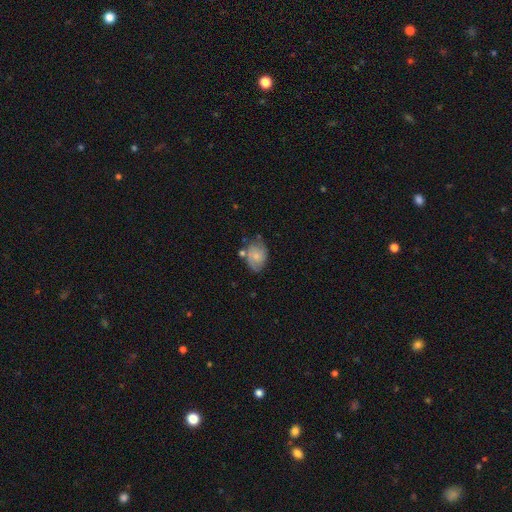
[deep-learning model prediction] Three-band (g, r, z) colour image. It shows a smooth galaxy with no disk features (57%) that is in between round and cigar-shaped (68%). Merging: none (56%).